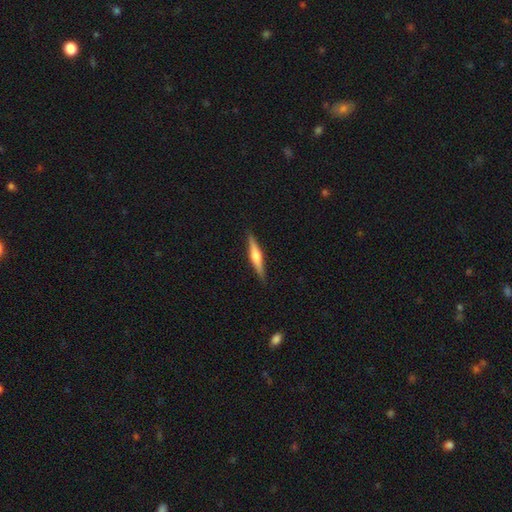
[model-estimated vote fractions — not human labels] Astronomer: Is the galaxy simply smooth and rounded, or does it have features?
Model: featured or disk — 62%.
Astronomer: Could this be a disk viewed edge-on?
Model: yes — 97%.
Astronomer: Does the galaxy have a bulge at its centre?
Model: rounded — 88%.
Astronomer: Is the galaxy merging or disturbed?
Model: none — 89%.